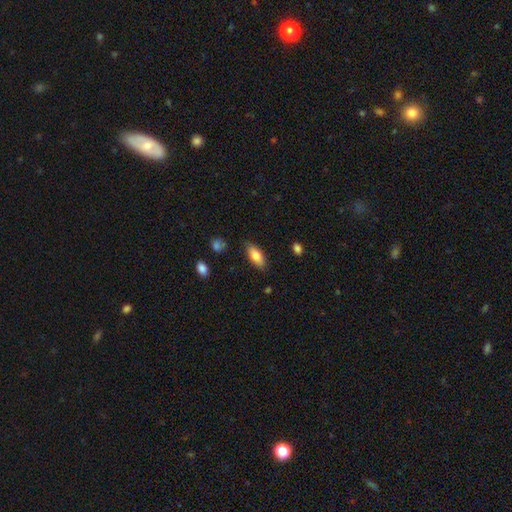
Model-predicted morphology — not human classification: The model was most divided on "smooth or featured": smooth: 77%, featured or disk: 16%, star or artifact: 7%. More confident: how rounded — in between (83%); merging — none (80%).